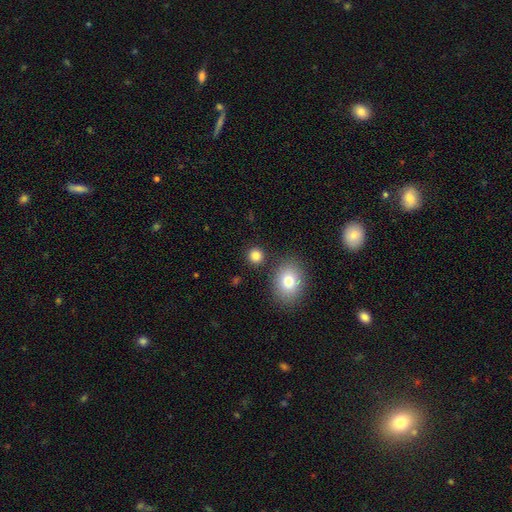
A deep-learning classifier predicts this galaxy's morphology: type=smooth (83%); roundness=round (87%); merging=none (84%).